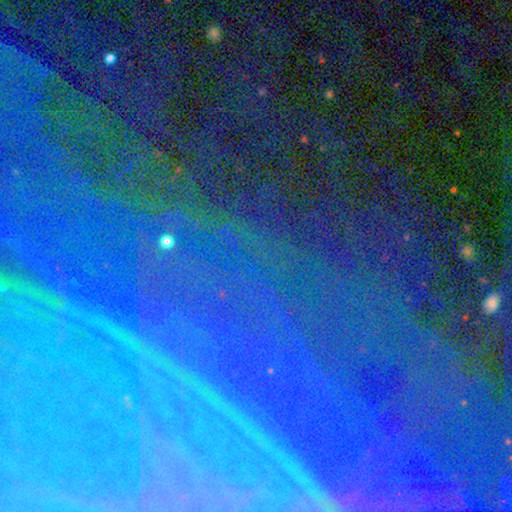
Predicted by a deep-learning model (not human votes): Smooth or featured? star or artifact (81%)